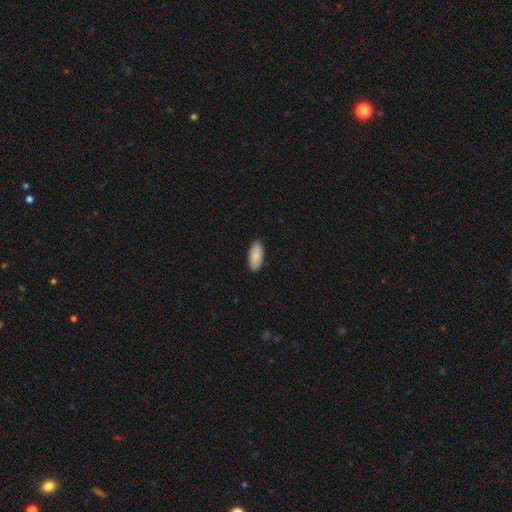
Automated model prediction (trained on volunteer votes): smooth-or-featured: smooth: 88% | featured or disk: 6% | star or artifact: 6%
  how-rounded: in between: 91% | cigar-shaped: 7% | round: 2%
  merging: none: 90% | minor disturbance: 8% | major disturbance: 1% | merger: 1%